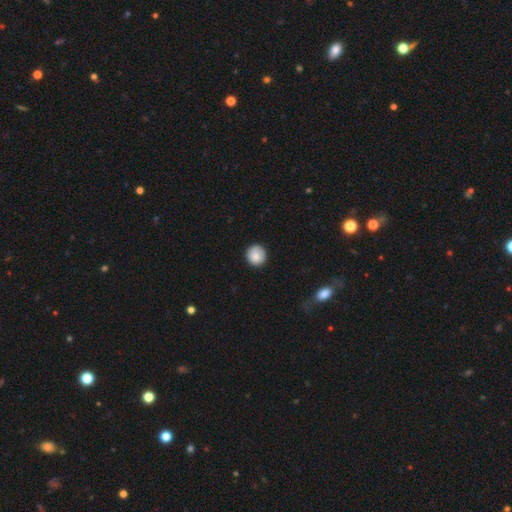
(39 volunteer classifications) Overall: smooth (79%). How rounded: round (94%). Merging: none (89%).